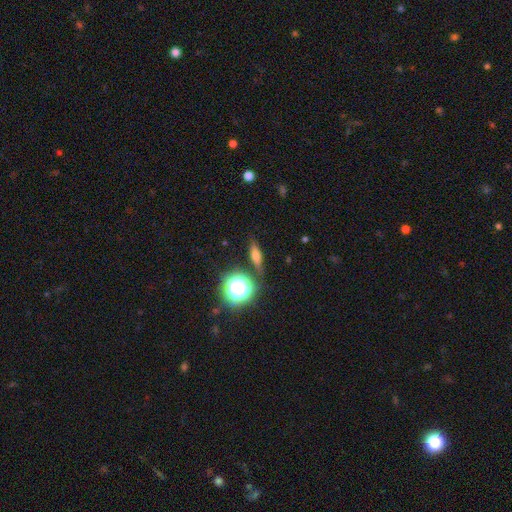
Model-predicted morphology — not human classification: This is possibly a smooth galaxy (49%). Merging: clearly none (82%).